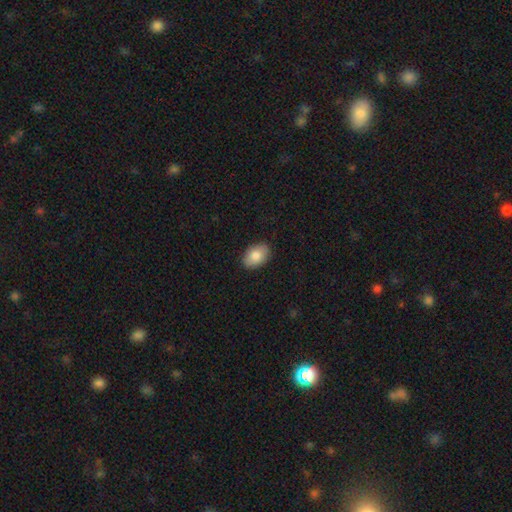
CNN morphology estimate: smooth-or-featured: smooth: 84% | featured or disk: 10% | star or artifact: 6%
  how-rounded: in between: 86% | round: 13% | cigar-shaped: 1%
  merging: none: 87% | minor disturbance: 10% | major disturbance: 2% | merger: 1%